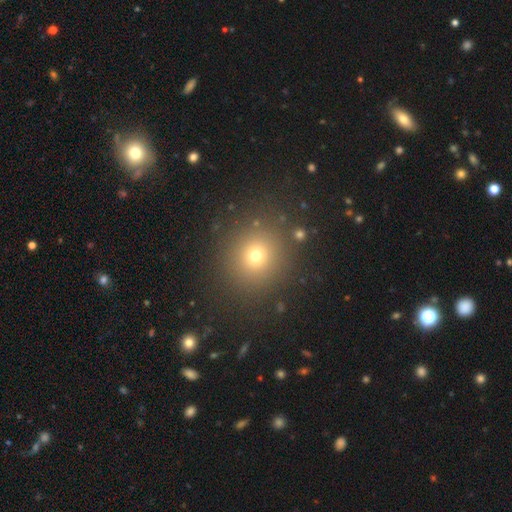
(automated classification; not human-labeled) Smooth or featured: smooth — 69% (star or artifact — 22%)
How rounded: round — 89% (in between — 10%)
Merging: none — 88% (minor disturbance — 6%)